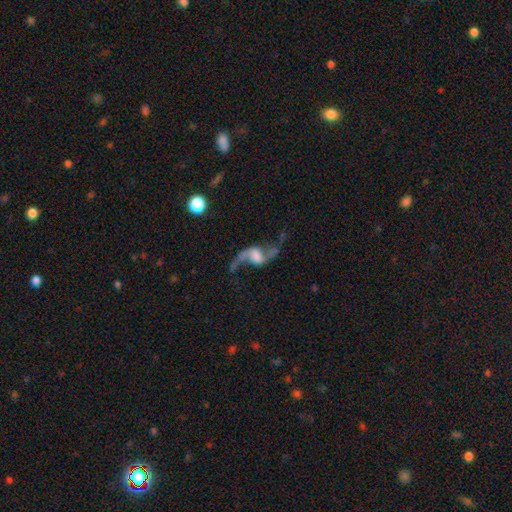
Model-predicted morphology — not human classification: smooth_or_featured: featured or disk (p=0.85) [alt: smooth p=0.08]
disk_edge_on: no (p=0.96) [alt: yes p=0.04]
bar: weak (p=0.43) [alt: no p=0.33]
has_spiral_arms: yes (p=0.95) [alt: no p=0.05]
spiral_winding: loose (p=0.91) [alt: medium p=0.07]
spiral_arm_count: 2 (p=0.93) [alt: 1 p=0.02]
bulge_size: none (p=0.35) [alt: large p=0.25]
merging: none (p=0.63) [alt: major disturbance p=0.17]